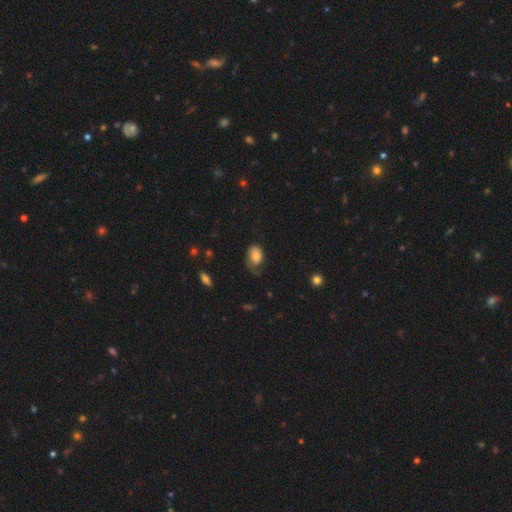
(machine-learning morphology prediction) Q: Smooth or featured?
A: smooth (65%); runner-up: featured or disk (27%)
Q: How rounded?
A: in between (80%); runner-up: round (19%)
Q: Merging?
A: none (37%); runner-up: major disturbance (30%)